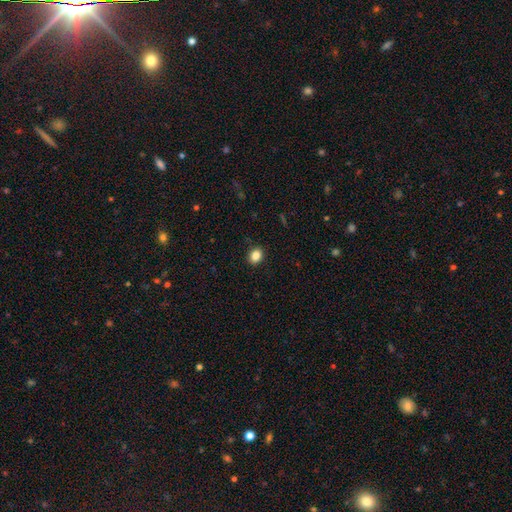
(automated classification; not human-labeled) Q: Smooth or featured?
A: smooth (85%); runner-up: star or artifact (10%)
Q: How rounded?
A: round (50%); runner-up: in between (49%)
Q: Merging?
A: none (90%); runner-up: minor disturbance (7%)